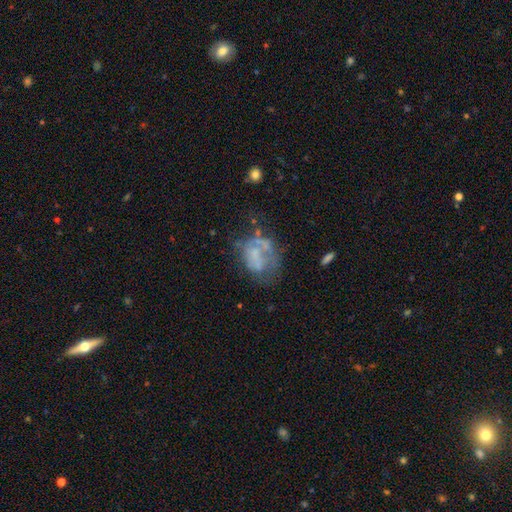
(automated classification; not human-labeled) The model was most divided on "merging": major disturbance: 36%, none: 32%, minor disturbance: 22%, merger: 10%. More confident: edge-on disk — no (98%); bar — no (85%); spiral arms — no (78%); bulge size — none (59%); smooth or featured — featured or disk (53%).